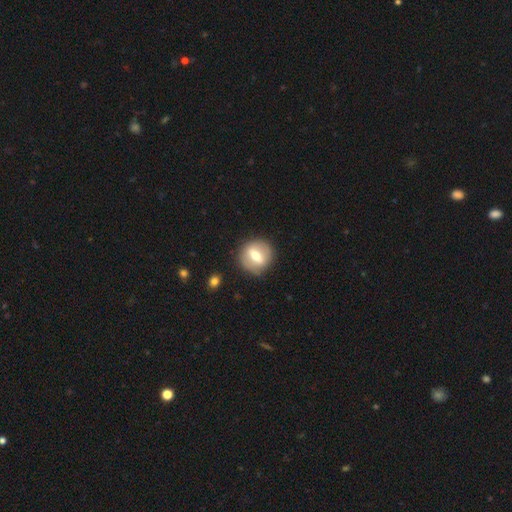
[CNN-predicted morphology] Q: Smooth or featured?
A: featured or disk (47%); runner-up: smooth (45%)
Q: Merging?
A: none (85%); runner-up: minor disturbance (10%)